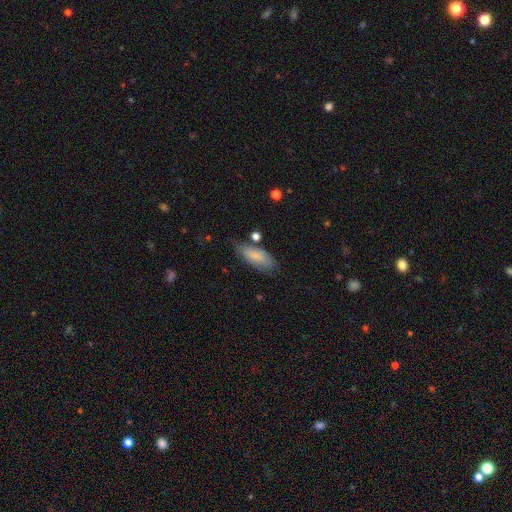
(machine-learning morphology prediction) The model was most divided on "merging": none: 57%, minor disturbance: 30%, major disturbance: 8%, merger: 5%. More confident: how rounded — in between (80%); smooth or featured — smooth (75%).